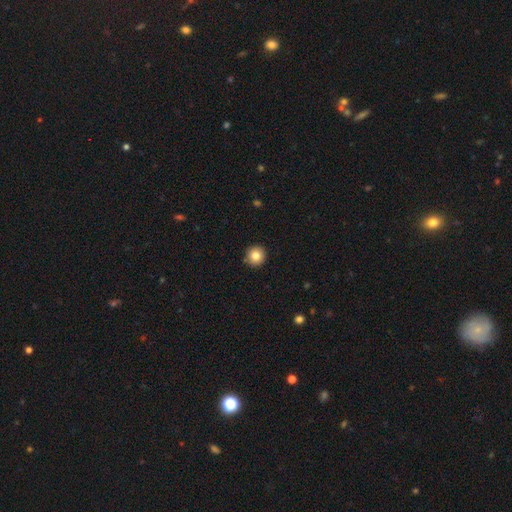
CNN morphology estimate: The model was most divided on "smooth or featured": smooth: 82%, star or artifact: 10%, featured or disk: 8%. More confident: how rounded — round (95%); merging — none (91%).